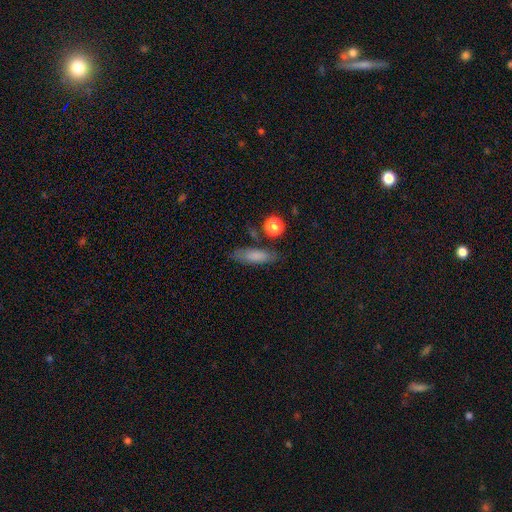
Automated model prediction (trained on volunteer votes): A smooth galaxy with no disk features (78%) that is cigar-shaped (48%, tied with in between). Merging: none (74%).